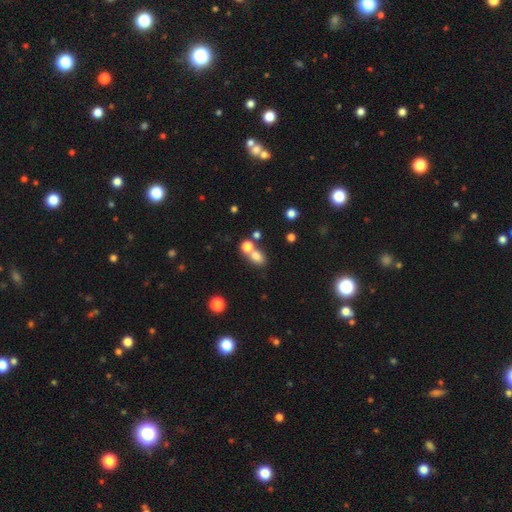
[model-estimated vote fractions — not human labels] Smooth or featured? smooth (76%)
How rounded? in between (53%)
Merging? merger (44%)